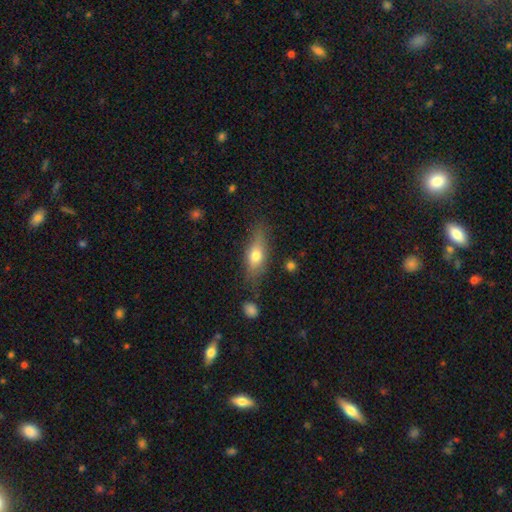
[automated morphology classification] This is likely a smooth galaxy (63%). How rounded: likely in between (63%). Merging: likely none (71%).